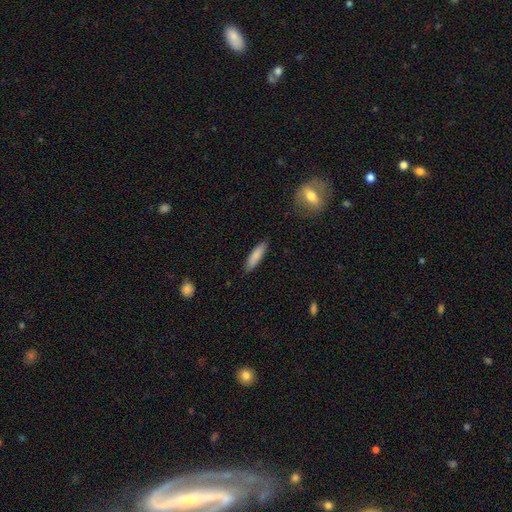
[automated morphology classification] Overall: smooth (84%). How rounded: cigar-shaped (72%). Merging: none (86%).